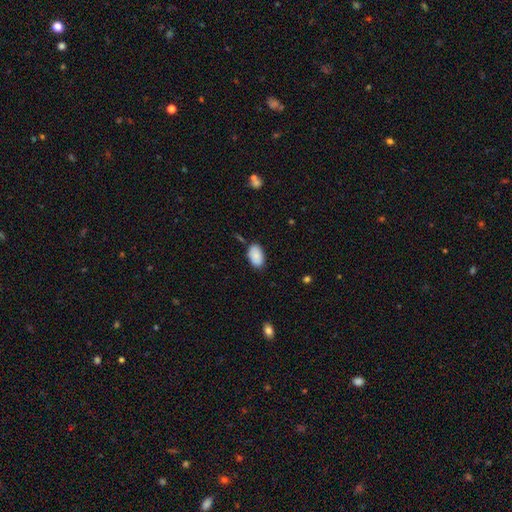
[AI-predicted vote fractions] Smooth or featured: smooth — 87% (star or artifact — 7%)
How rounded: in between — 94% (round — 5%)
Merging: none — 77% (minor disturbance — 16%)